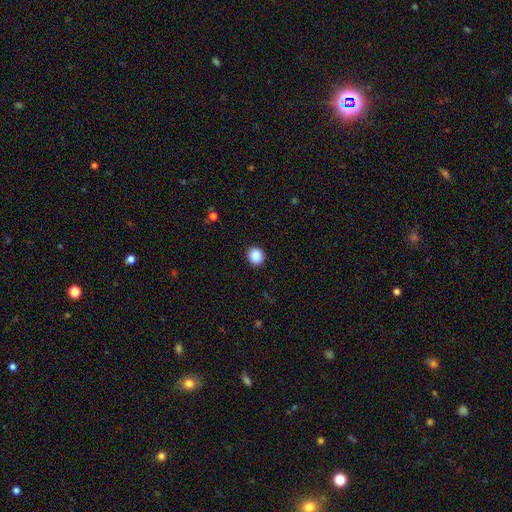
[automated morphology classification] Smooth or featured? Predicted: smooth (p=0.88). How rounded? Predicted: round (p=0.81). Merging? Predicted: none (p=0.92).